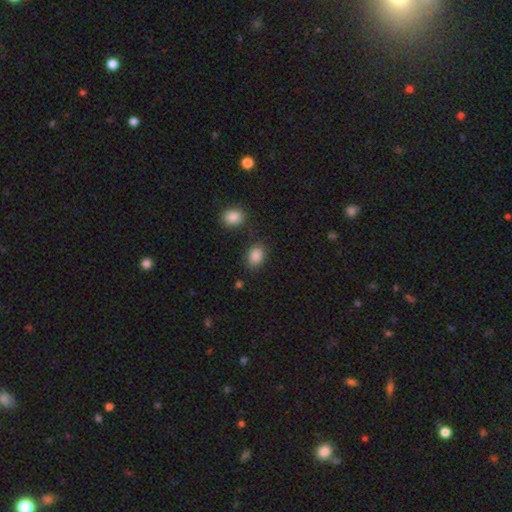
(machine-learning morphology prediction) A smooth galaxy with no disk features (88%) that is in between round and cigar-shaped (70%). Merging: none (80%).